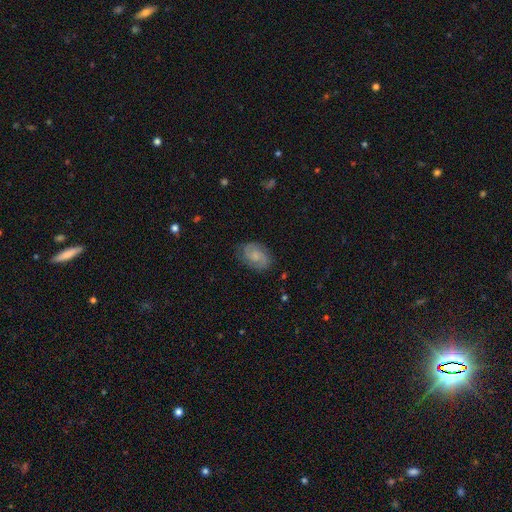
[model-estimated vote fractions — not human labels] A featured or disk galaxy (51%). Merging: none (77%).